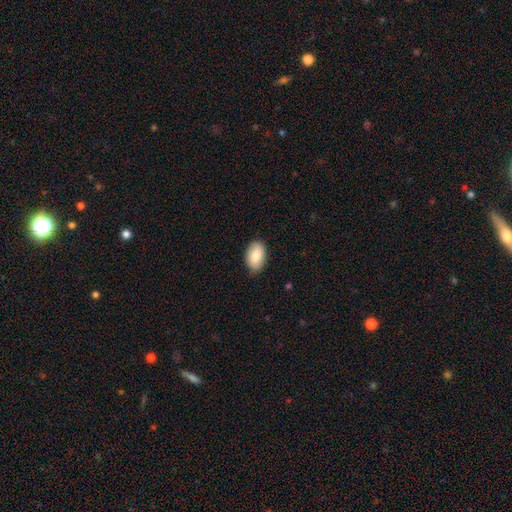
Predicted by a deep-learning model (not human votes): smooth-or-featured: smooth: 85% | featured or disk: 8% | star or artifact: 6%
  how-rounded: in between: 93% | round: 6% | cigar-shaped: 1%
  merging: none: 85% | minor disturbance: 11% | major disturbance: 2% | merger: 1%